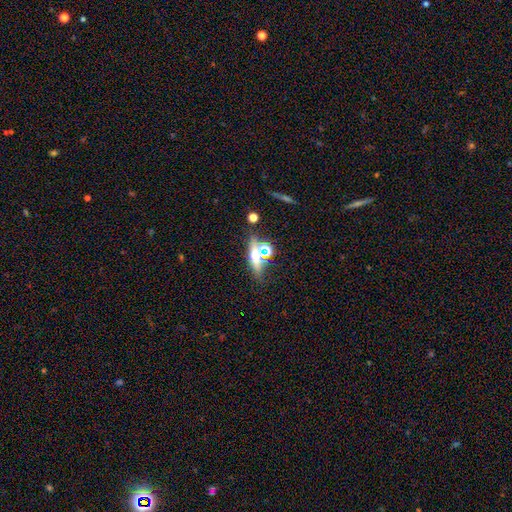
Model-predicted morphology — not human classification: This is marginally a smooth galaxy (42%). Merging: likely none (67%).